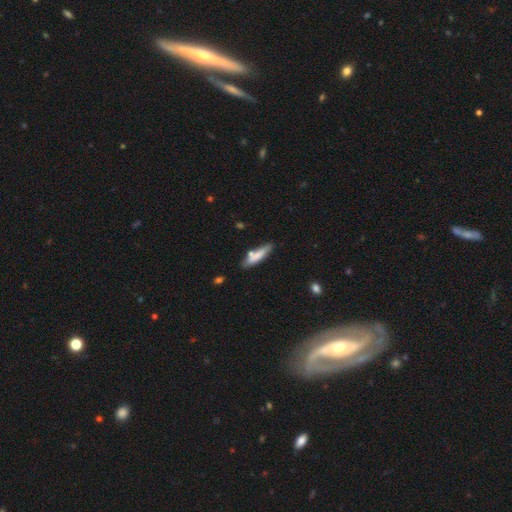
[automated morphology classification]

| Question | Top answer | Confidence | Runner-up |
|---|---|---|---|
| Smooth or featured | smooth | 72% | featured or disk (21%) |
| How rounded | cigar-shaped | 77% | in between (21%) |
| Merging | none | 66% | minor disturbance (19%) |